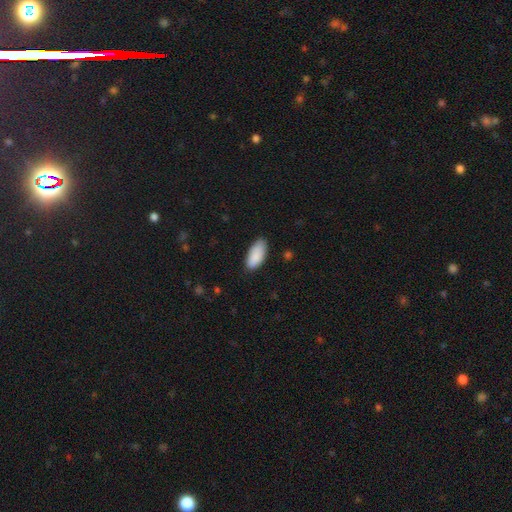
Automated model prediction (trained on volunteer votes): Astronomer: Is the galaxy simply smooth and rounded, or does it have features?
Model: smooth — 89%.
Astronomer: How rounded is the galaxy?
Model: in between — 90%.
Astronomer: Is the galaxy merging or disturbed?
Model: none — 79%.